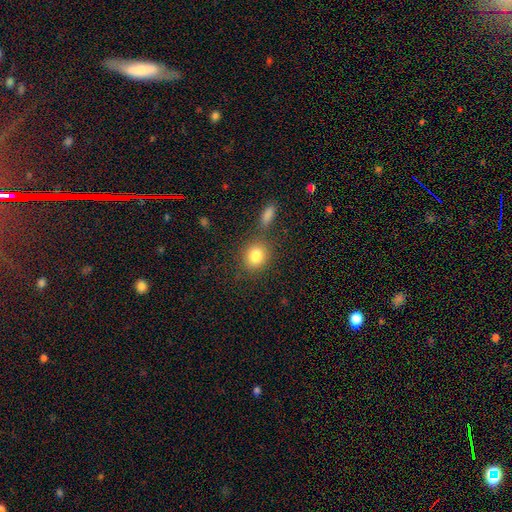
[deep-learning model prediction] Smooth or featured?
  - smooth: 83% *
  - star or artifact: 9%
  - featured or disk: 7%
How rounded?
  - round: 64% *
  - in between: 35%
  - cigar-shaped: 1%
Merging?
  - none: 71% *
  - merger: 14%
  - minor disturbance: 11%
  - major disturbance: 4%